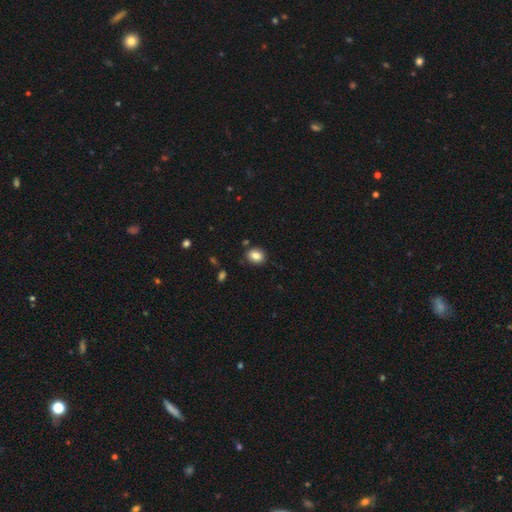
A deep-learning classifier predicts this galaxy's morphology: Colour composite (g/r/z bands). It shows a smooth galaxy with no disk features (85%) that is in between round and cigar-shaped (54%). Merging: none (84%).